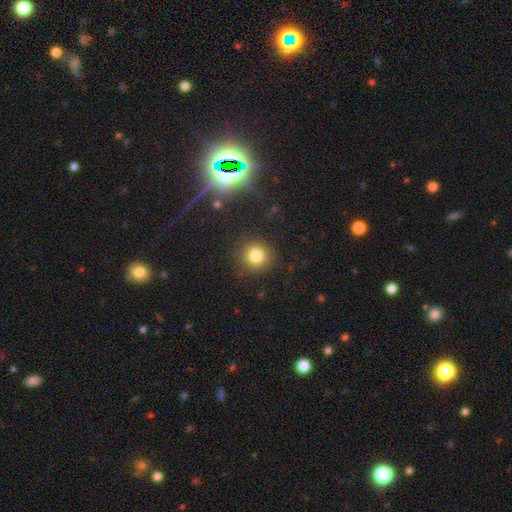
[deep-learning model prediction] Smooth or featured? smooth (80%)
How rounded? round (91%)
Merging? none (88%)